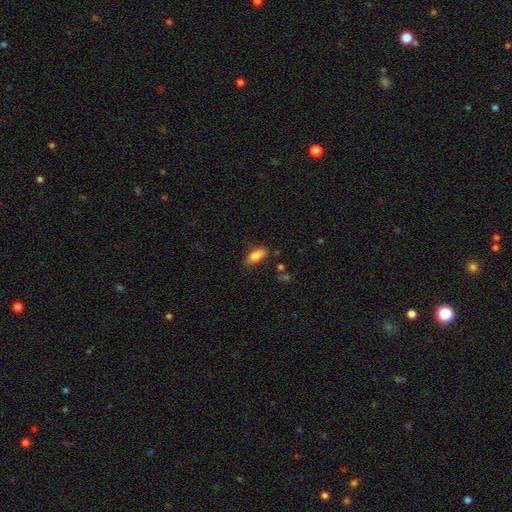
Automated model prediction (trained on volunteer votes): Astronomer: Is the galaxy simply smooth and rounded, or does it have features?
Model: smooth — 80%.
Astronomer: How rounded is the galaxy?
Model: in between — 83%.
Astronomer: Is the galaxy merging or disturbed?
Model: none — 76%.